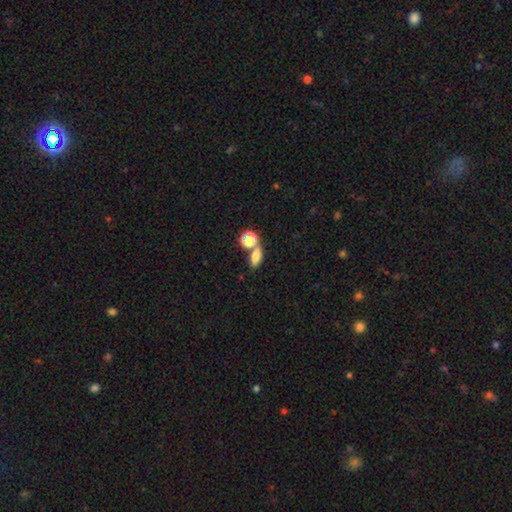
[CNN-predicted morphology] Q: Smooth or featured?
A: smooth (74%); runner-up: star or artifact (15%)
Q: How rounded?
A: in between (77%); runner-up: round (16%)
Q: Merging?
A: none (55%); runner-up: merger (29%)